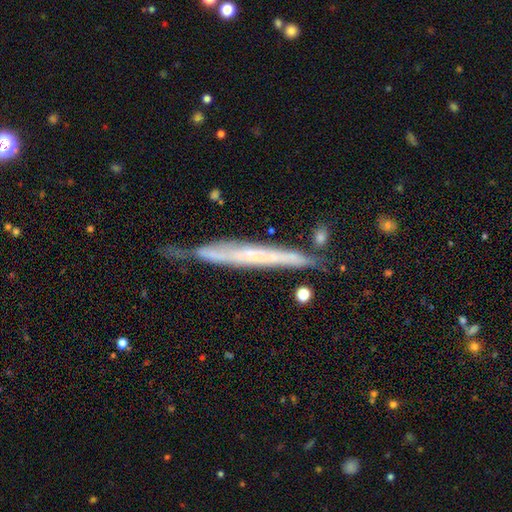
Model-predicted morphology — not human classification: smooth-or-featured: featured or disk: 63% | smooth: 30% | star or artifact: 7%
  disk-edge-on: yes: 87% | no: 13%
    edge-on-bulge: none: 76% | rounded: 17% | boxy: 7%
  merging: none: 65% | minor disturbance: 25% | major disturbance: 5% | merger: 5%